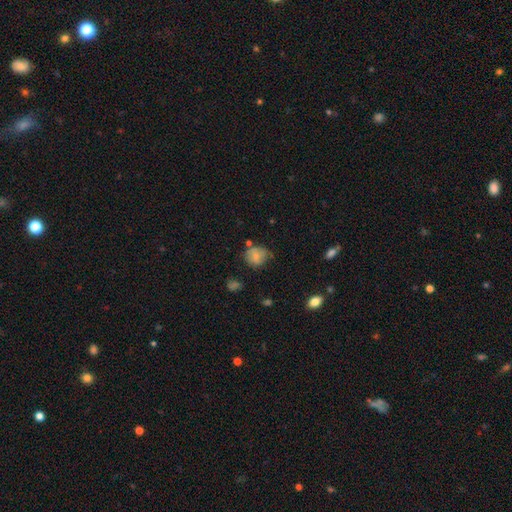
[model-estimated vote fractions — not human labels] smooth_or_featured: smooth (p=0.74) [alt: featured or disk p=0.15]
how_rounded: round (p=0.72) [alt: in between p=0.27]
merging: none (p=0.58) [alt: minor disturbance p=0.26]